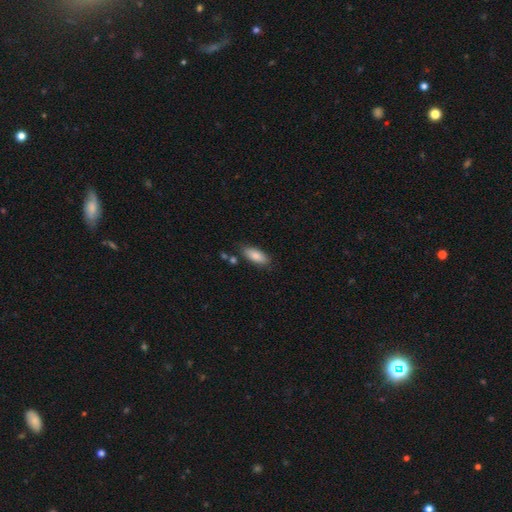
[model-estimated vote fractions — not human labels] smooth_or_featured: smooth (p=0.83) [alt: featured or disk p=0.10]
how_rounded: in between (p=0.78) [alt: cigar-shaped p=0.20]
merging: none (p=0.80) [alt: minor disturbance p=0.14]